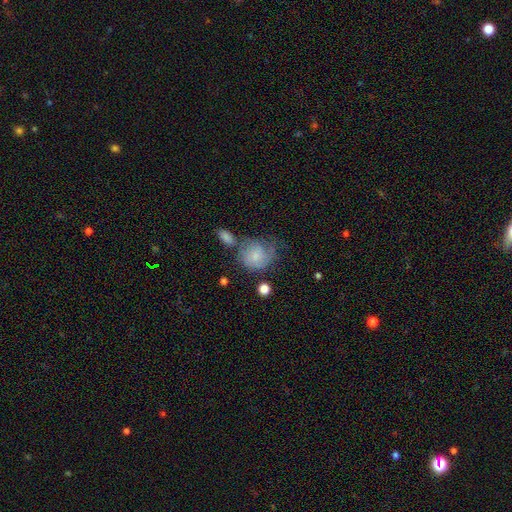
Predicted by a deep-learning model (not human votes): Smooth or featured: smooth — 58% (featured or disk — 34%)
How rounded: round — 68% (in between — 31%)
Merging: none — 37% (minor disturbance — 26%)